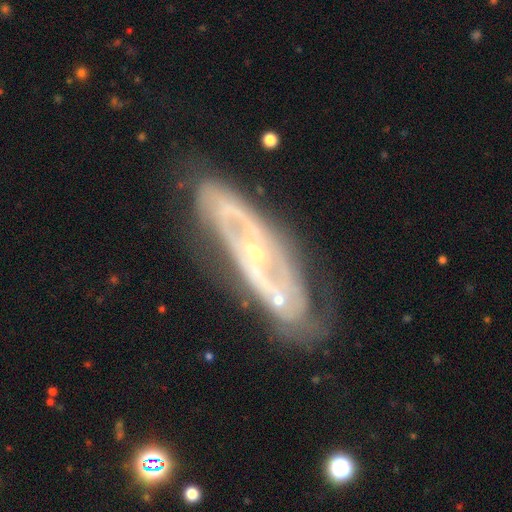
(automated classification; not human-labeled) Q: Smooth or featured?
A: featured or disk (86%); runner-up: smooth (8%)
Q: Edge-on disk?
A: no (81%); runner-up: yes (19%)
Q: Bar?
A: no (54%); runner-up: weak (25%)
Q: Spiral arms?
A: yes (82%); runner-up: no (18%)
Q: Spiral winding?
A: tight (53%); runner-up: medium (34%)
Q: Spiral arm count?
A: 2 (48%); runner-up: can't tell (33%)
Q: Bulge size?
A: small (74%); runner-up: moderate (23%)
Q: Merging?
A: none (70%); runner-up: minor disturbance (18%)